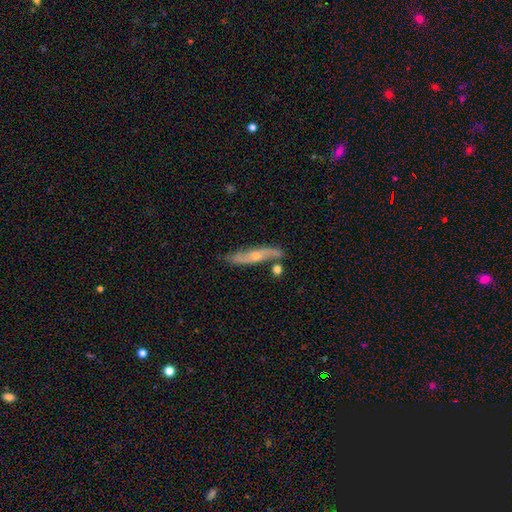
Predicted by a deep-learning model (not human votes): Smooth or featured: featured or disk — 64% (smooth — 30%)
Edge-on disk: yes — 51% (no — 49%)
Merging: none — 70% (minor disturbance — 17%)